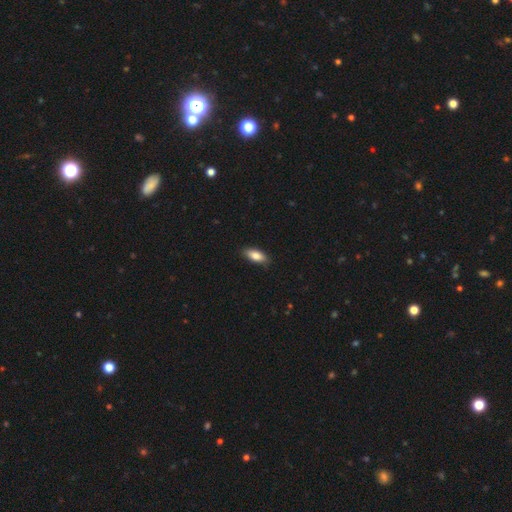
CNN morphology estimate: This appears to be a smooth galaxy with no disk features (82%) that is in between round and cigar-shaped (82%). Merging: none (85%).